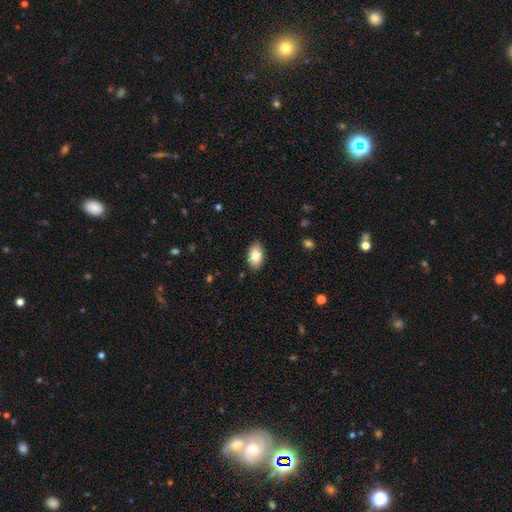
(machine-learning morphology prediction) Smooth or featured: smooth — 80% (featured or disk — 13%)
How rounded: in between — 92% (round — 6%)
Merging: none — 87% (minor disturbance — 10%)